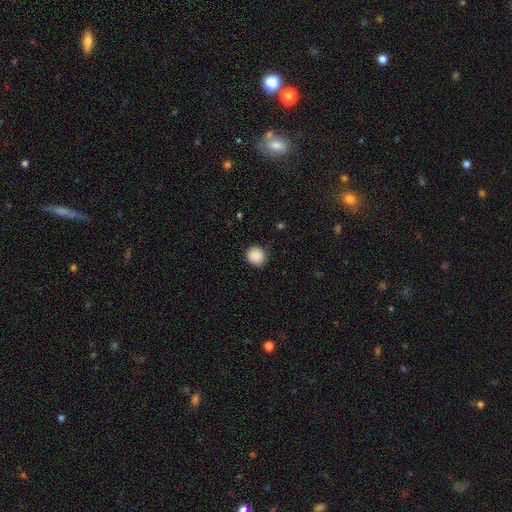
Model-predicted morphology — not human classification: A smooth galaxy with no disk features (89%) that is round (88%). Merging: none (87%).